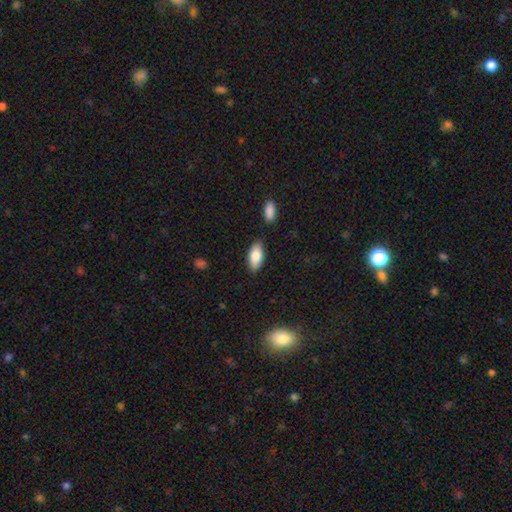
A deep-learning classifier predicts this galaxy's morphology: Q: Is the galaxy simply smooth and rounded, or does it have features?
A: smooth — 80%.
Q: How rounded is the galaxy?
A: in between — 88%.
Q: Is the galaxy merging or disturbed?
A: none — 81%.